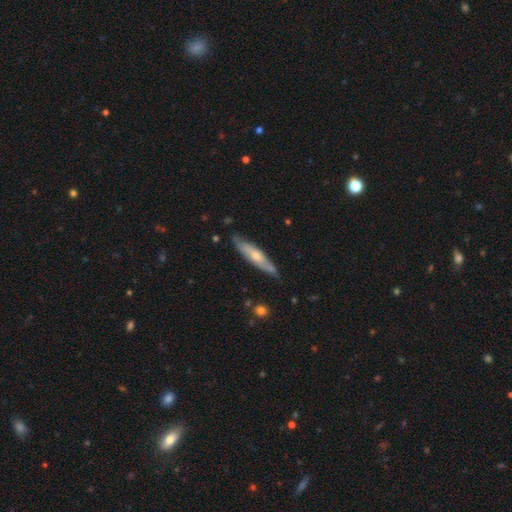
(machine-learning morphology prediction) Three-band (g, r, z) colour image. It shows a featured or disk galaxy (48%). Merging: none (74%).